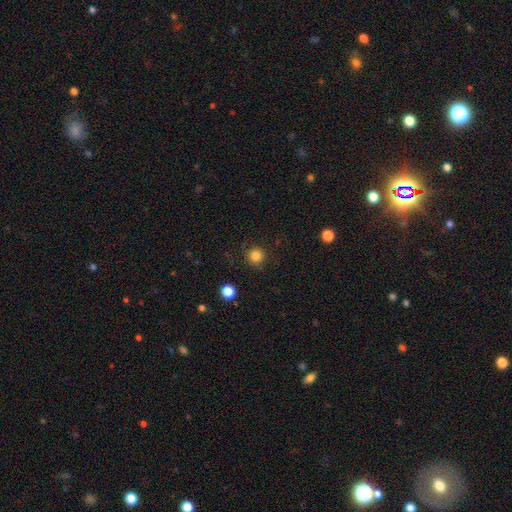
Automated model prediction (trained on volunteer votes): This appears to be a smooth galaxy with no disk features (83%) that is round (95%). Merging: none (88%).